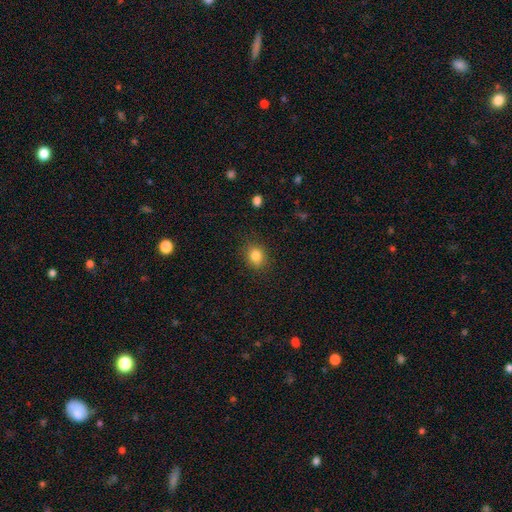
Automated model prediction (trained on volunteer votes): smooth 83%, star or artifact 11%, featured or disk 6%. Down the decision tree: how rounded — round (68%); merging — none (86%).